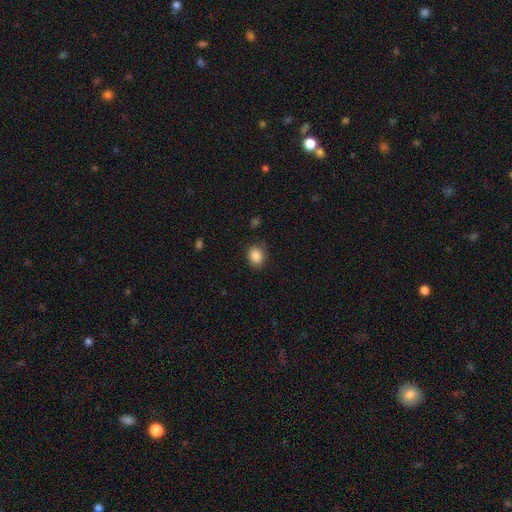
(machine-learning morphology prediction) Q: Smooth or featured?
A: smooth (86%); runner-up: star or artifact (9%)
Q: How rounded?
A: round (59%); runner-up: in between (41%)
Q: Merging?
A: none (77%); runner-up: minor disturbance (17%)